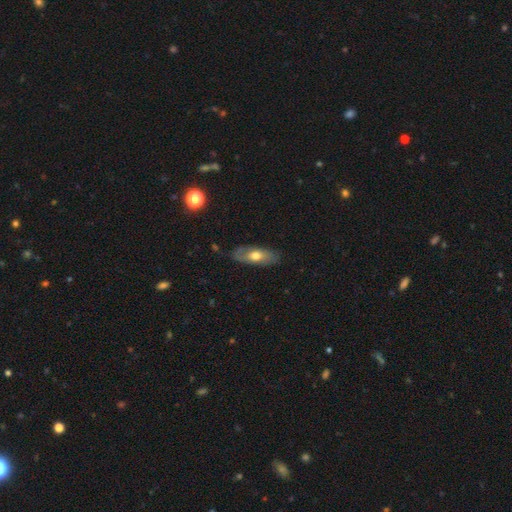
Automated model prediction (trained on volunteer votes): Morphology: type=smooth (56%); roundness=in between (76%); merging=none (79%).